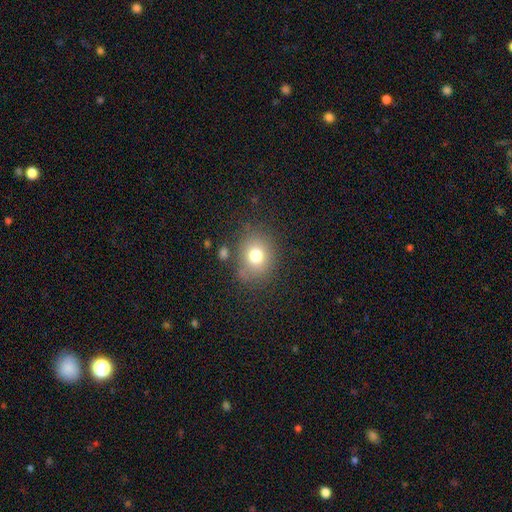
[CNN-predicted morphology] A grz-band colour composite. It shows a smooth galaxy with no disk features (75%) that is round (68%). Merging: none (76%).